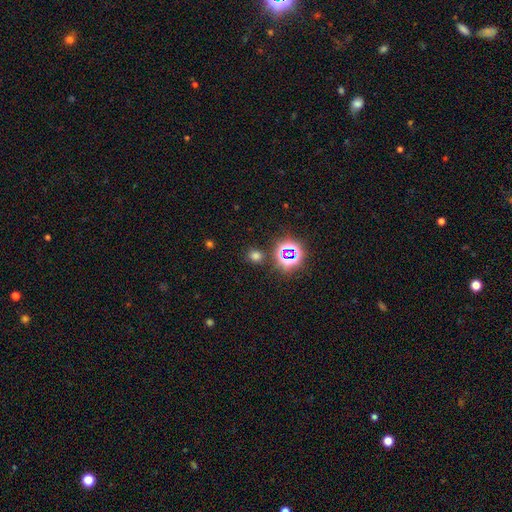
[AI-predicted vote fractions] Overall: smooth (63%; star or artifact 32%). How rounded: round (73%). Merging: none (83%).